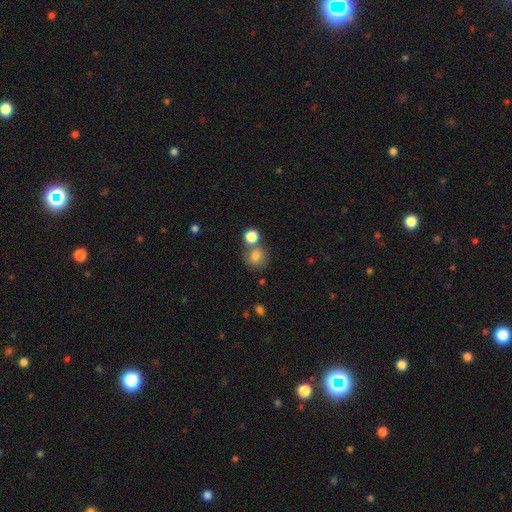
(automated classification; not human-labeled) A smooth galaxy with no disk features (81%) that is round (80%).

Vote fractions:
- Smooth or featured? smooth: 81% / star or artifact: 11% / featured or disk: 8%
- How rounded? round: 80% / in between: 19% / cigar-shaped: 1%
- Merging? none: 57% / merger: 27% / minor disturbance: 11% / major disturbance: 4%